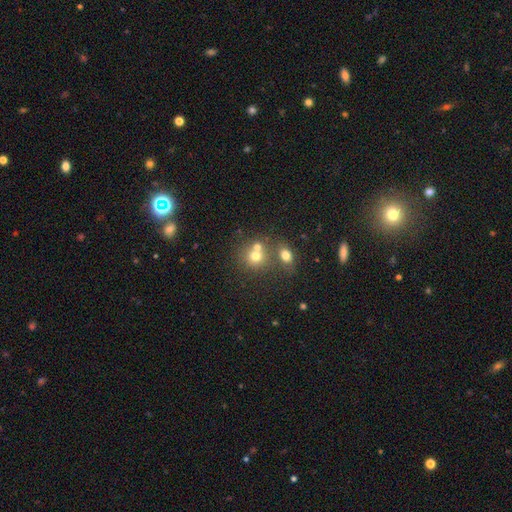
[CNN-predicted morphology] This is possibly a smooth galaxy (49%). Merging: likely none (60%).